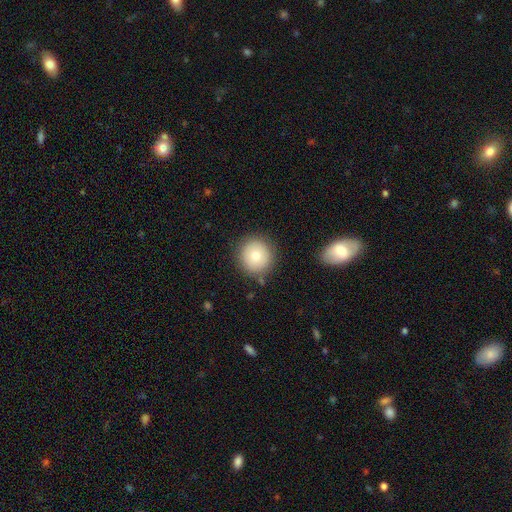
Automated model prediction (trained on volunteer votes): Smooth or featured: smooth — 77% (featured or disk — 13%)
How rounded: round — 95% (in between — 4%)
Merging: none — 85% (minor disturbance — 9%)